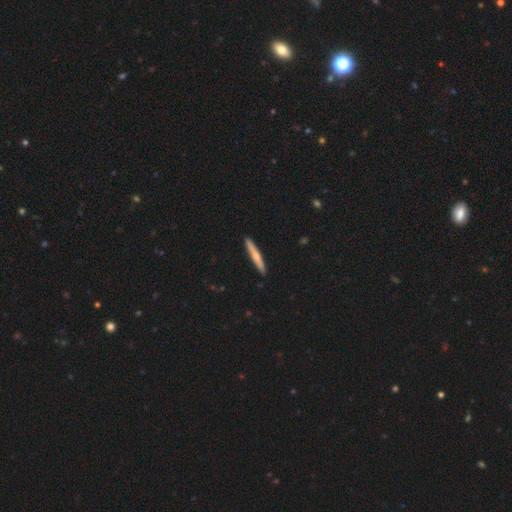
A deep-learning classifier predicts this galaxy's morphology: Smooth or featured? smooth (54%)
How rounded? cigar-shaped (95%)
Merging? none (91%)